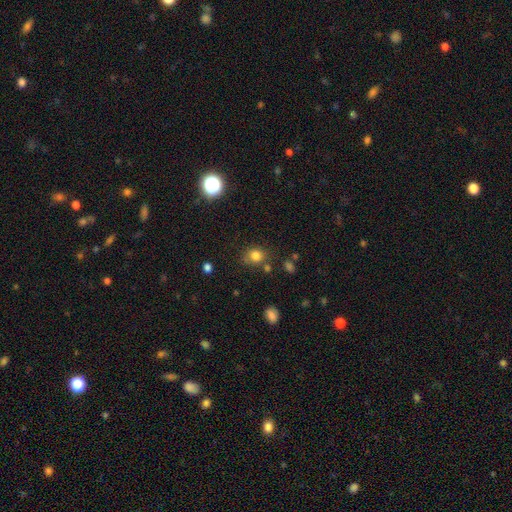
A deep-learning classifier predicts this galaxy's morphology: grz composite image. It shows a smooth galaxy with no disk features (80%) that is round (76%). Merging: none (71%).